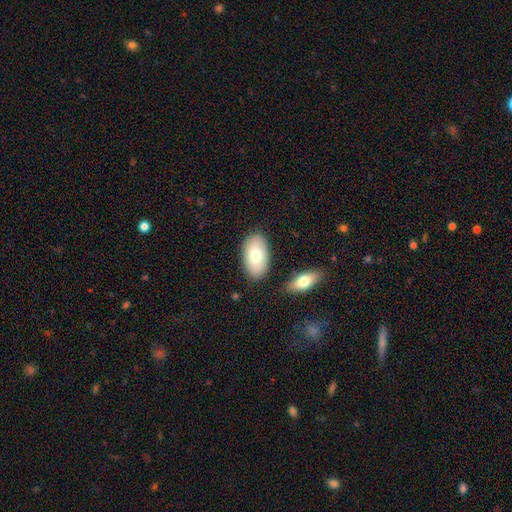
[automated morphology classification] A smooth galaxy with no disk features (73%) that is in between round and cigar-shaped (94%).

Vote fractions:
- Smooth or featured? smooth: 73% / featured or disk: 20% / star or artifact: 6%
- How rounded? in between: 94% / round: 4% / cigar-shaped: 2%
- Merging? none: 83% / minor disturbance: 10% / merger: 5% / major disturbance: 3%